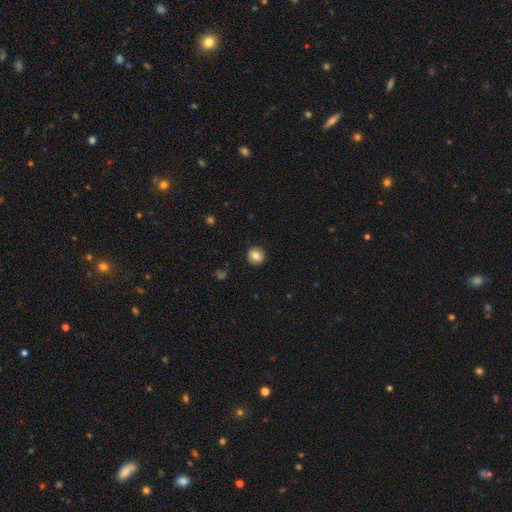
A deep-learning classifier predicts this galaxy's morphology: Smooth or featured?
  - smooth: 80% *
  - featured or disk: 11%
  - star or artifact: 9%
How rounded?
  - round: 88% *
  - in between: 11%
  - cigar-shaped: 1%
Merging?
  - none: 90% *
  - minor disturbance: 7%
  - major disturbance: 2%
  - merger: 1%